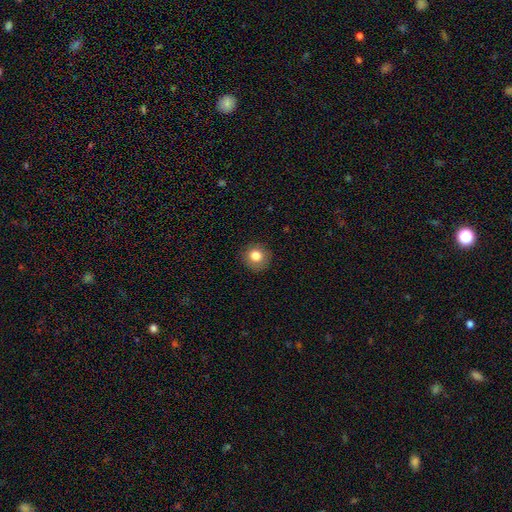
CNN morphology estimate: This appears to be a smooth galaxy with no disk features (82%) that is round (90%). Merging: none (87%).